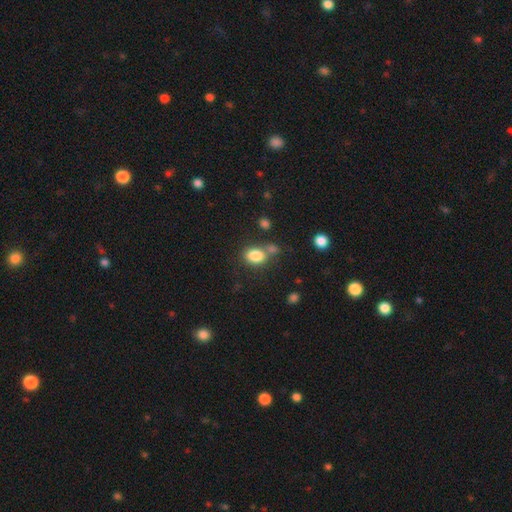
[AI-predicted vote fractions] This is clearly a smooth galaxy (84%). How rounded: likely in between (73%). Merging: possibly none (58%).